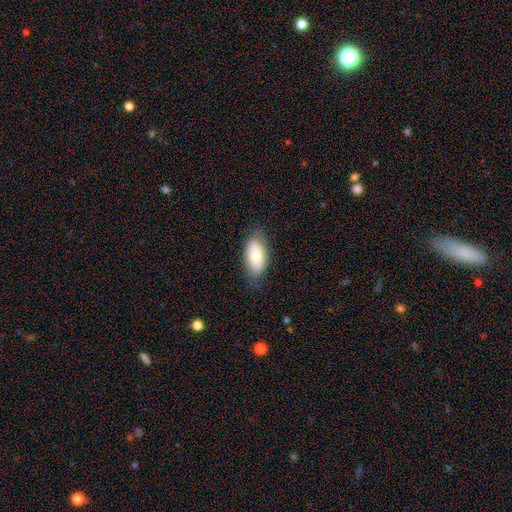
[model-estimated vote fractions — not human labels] Smooth or featured? Predicted: smooth (p=0.73). How rounded? Predicted: in between (p=0.92). Merging? Predicted: none (p=0.78).